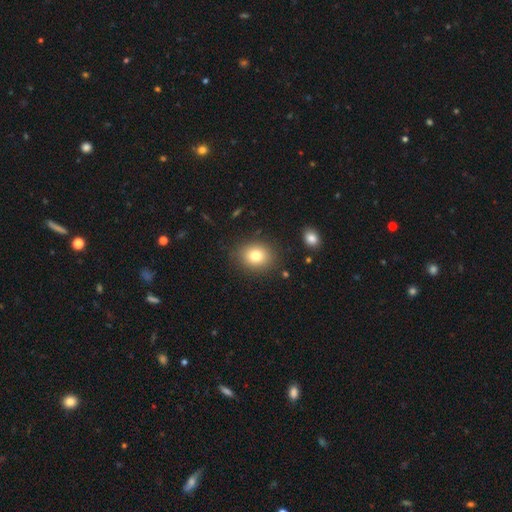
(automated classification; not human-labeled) smooth-or-featured: smooth: 79% | star or artifact: 11% | featured or disk: 10%
  how-rounded: round: 66% | in between: 33% | cigar-shaped: 1%
  merging: none: 86% | minor disturbance: 9% | major disturbance: 3% | merger: 2%